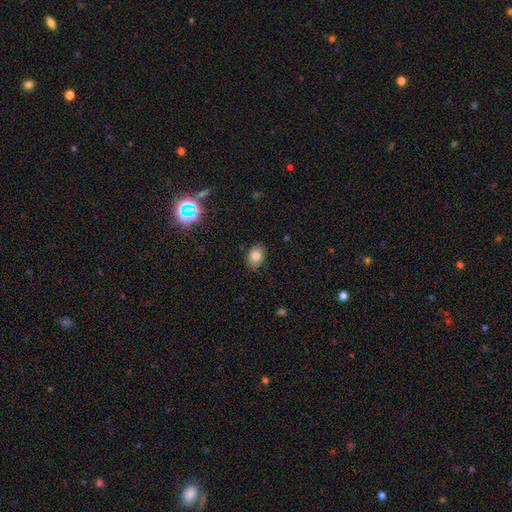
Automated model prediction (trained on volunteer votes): Morphology: type=smooth (78%); roundness=in between (73%); merging=none (83%).